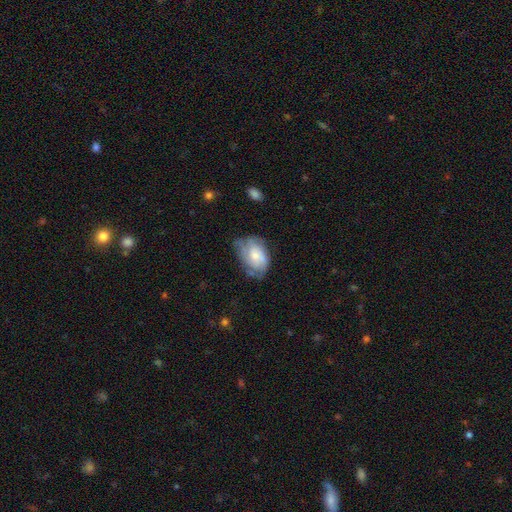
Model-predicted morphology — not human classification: smooth-or-featured: smooth: 47% | featured or disk: 45% | star or artifact: 7%
  merging: none: 45% | minor disturbance: 36% | major disturbance: 16% | merger: 3%